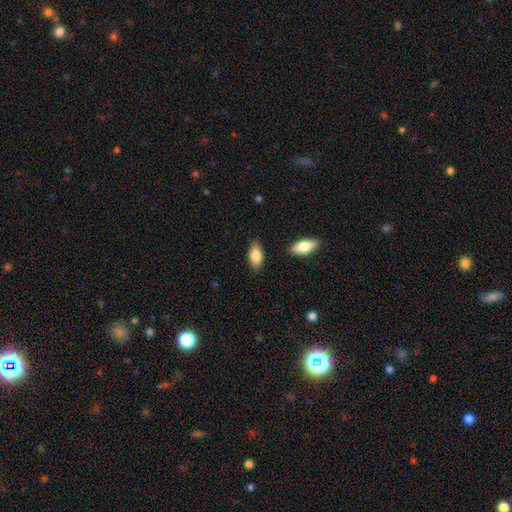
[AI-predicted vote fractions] Q: Smooth or featured?
A: smooth (83%); runner-up: featured or disk (11%)
Q: How rounded?
A: in between (87%); runner-up: cigar-shaped (10%)
Q: Merging?
A: none (85%); runner-up: minor disturbance (10%)